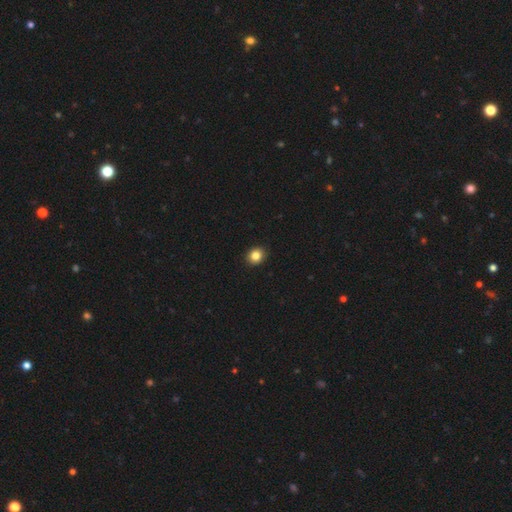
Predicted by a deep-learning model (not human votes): This appears to be a smooth galaxy with no disk features (85%) that is round (74%). Merging: none (92%).